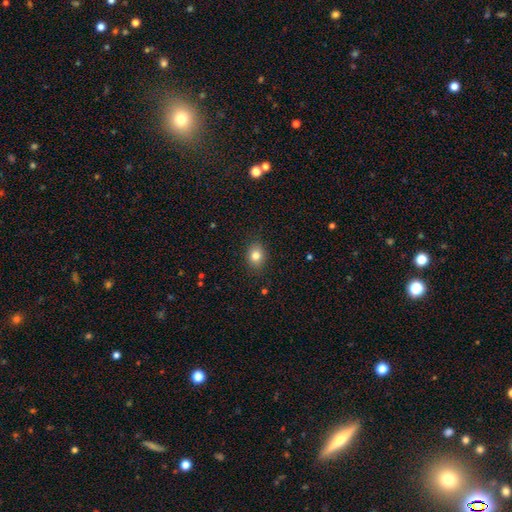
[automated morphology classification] Smooth or featured?
  - smooth: 81% *
  - star or artifact: 11%
  - featured or disk: 8%
How rounded?
  - in between: 52% *
  - round: 47%
  - cigar-shaped: 1%
Merging?
  - none: 88% *
  - minor disturbance: 9%
  - major disturbance: 2%
  - merger: 1%